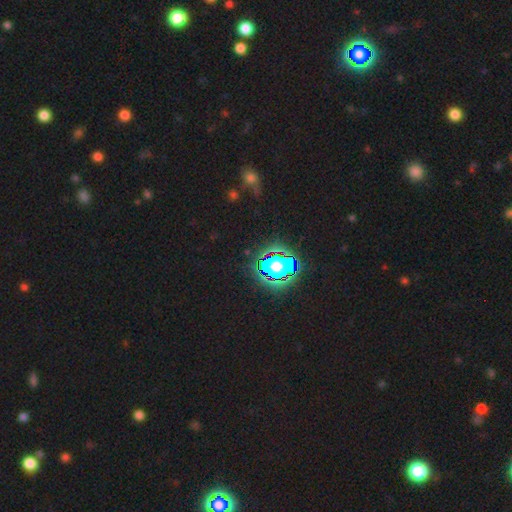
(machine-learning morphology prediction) The model was most divided on "smooth or featured": star or artifact: 80%, smooth: 13%, featured or disk: 7%.